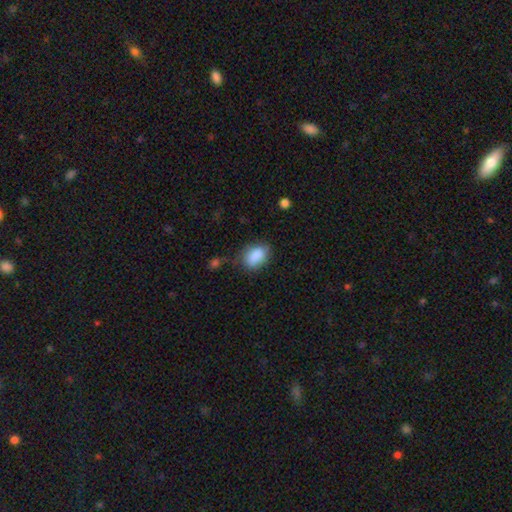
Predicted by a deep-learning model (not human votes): The model was most divided on "merging": none: 69%, minor disturbance: 22%, major disturbance: 6%, merger: 3%. More confident: smooth or featured — smooth (88%); how rounded — in between (83%).